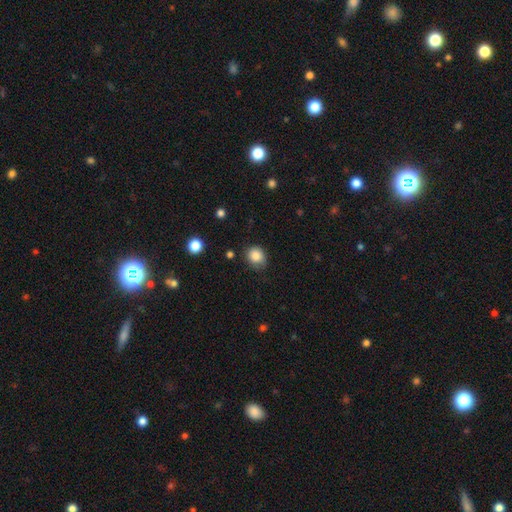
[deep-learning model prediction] Smooth or featured: smooth — 85% (star or artifact — 10%)
How rounded: round — 73% (in between — 26%)
Merging: none — 70% (minor disturbance — 23%)